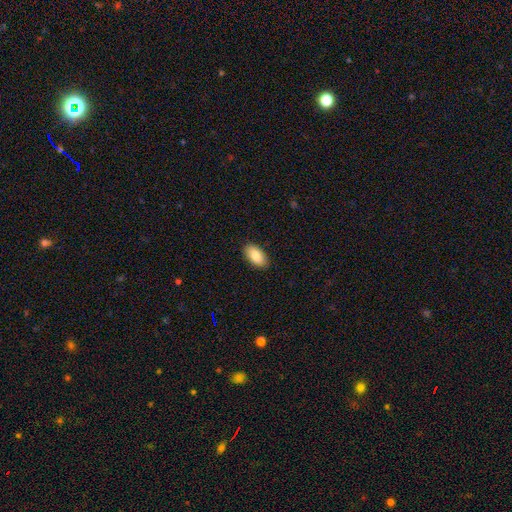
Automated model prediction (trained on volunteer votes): Smooth or featured: smooth — 86% (featured or disk — 8%)
How rounded: in between — 94% (round — 3%)
Merging: none — 89% (minor disturbance — 8%)